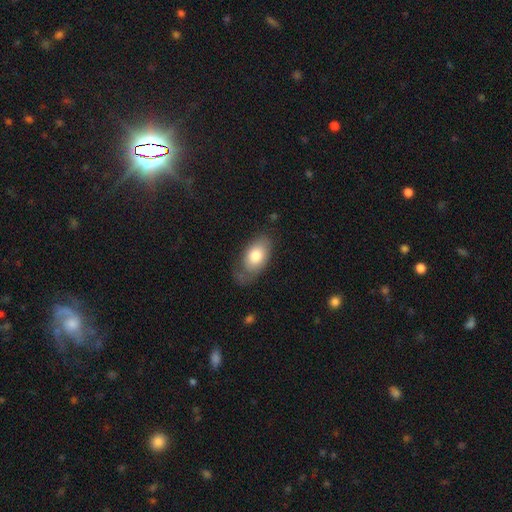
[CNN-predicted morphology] type=smooth (73%); roundness=in between (92%); merging=none (53%).